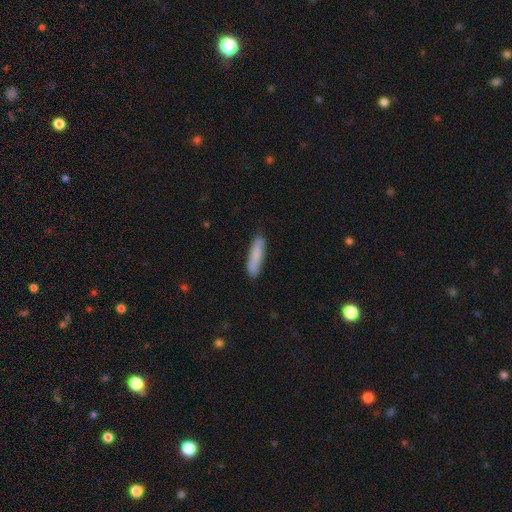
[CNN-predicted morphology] Smooth or featured? smooth (80%)
How rounded? cigar-shaped (82%)
Merging? none (85%)